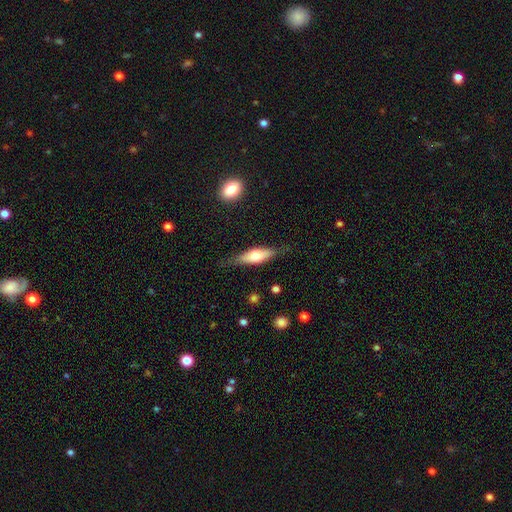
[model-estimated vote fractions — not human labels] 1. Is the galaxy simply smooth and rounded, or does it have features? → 50% smooth, 44% featured or disk, 6% star or artifact.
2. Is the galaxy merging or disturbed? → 76% none, 17% minor disturbance, 5% major disturbance, 2% merger.